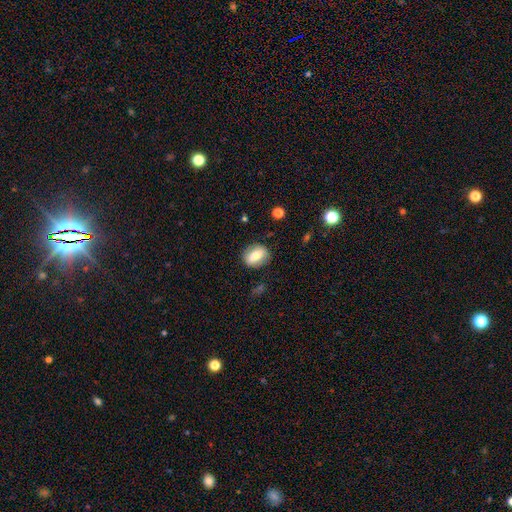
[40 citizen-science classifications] smooth_or_featured: smooth (p=0.68) [alt: featured or disk p=0.20]
how_rounded: in between (p=0.56) [alt: round p=0.44]
merging: none (p=0.89) [alt: minor disturbance p=0.06]